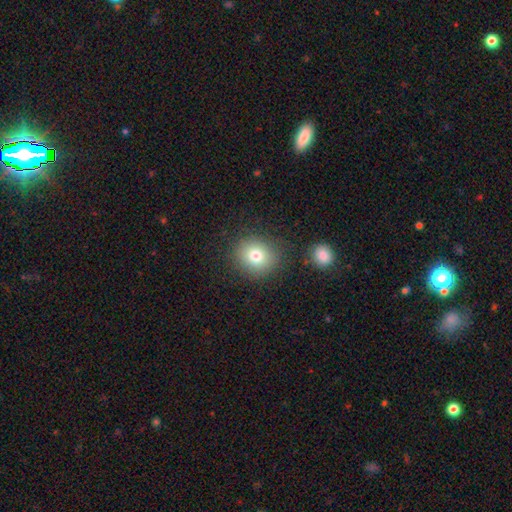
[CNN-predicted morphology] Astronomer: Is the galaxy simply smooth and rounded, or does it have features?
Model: smooth — 77%.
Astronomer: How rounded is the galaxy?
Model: round — 78%.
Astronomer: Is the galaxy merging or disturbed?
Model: none — 83%.